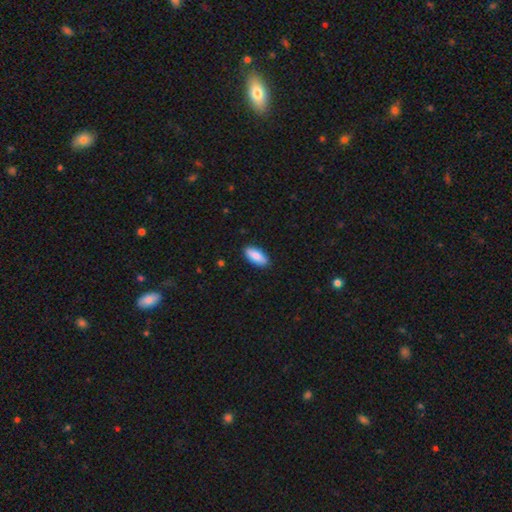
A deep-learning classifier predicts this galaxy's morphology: Overall: smooth (86%). How rounded: in between (85%). Merging: none (89%).